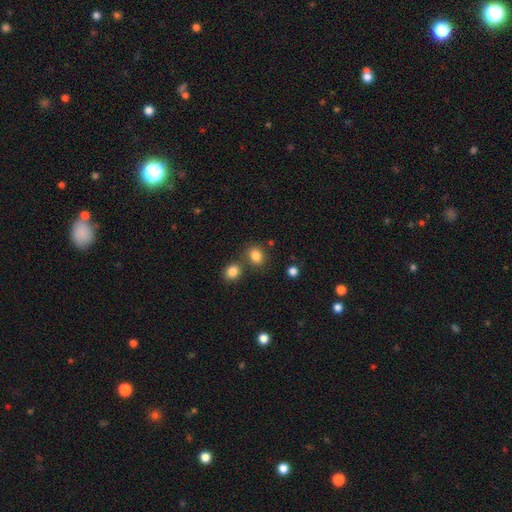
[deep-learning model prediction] This appears to be a smooth galaxy with no disk features (83%) that is round (54%). Merging: none (64%).